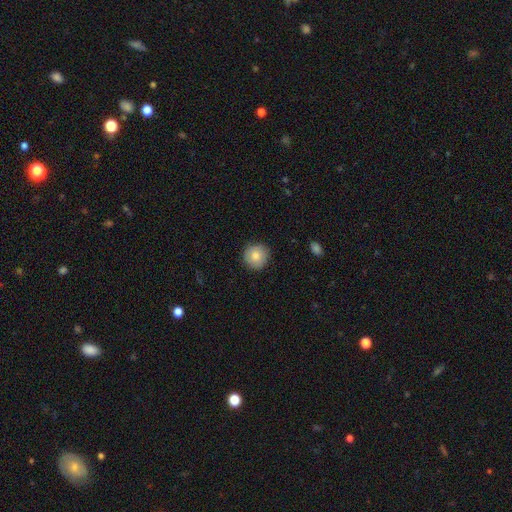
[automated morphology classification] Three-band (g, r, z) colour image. It shows a smooth galaxy with no disk features (82%) that is round (94%). Merging: none (88%).